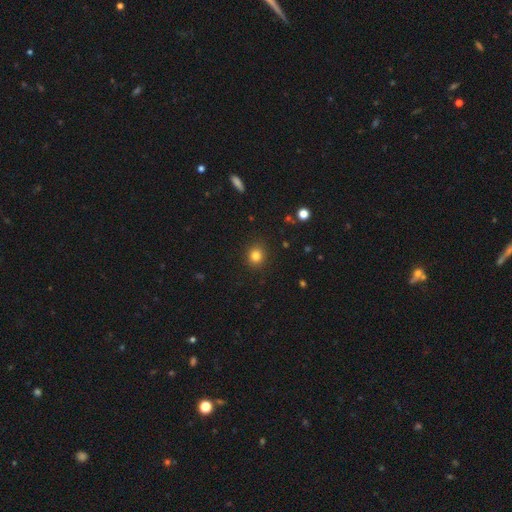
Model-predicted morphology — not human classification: Smooth or featured? Predicted: smooth (p=0.82). How rounded? Predicted: round (p=0.85). Merging? Predicted: none (p=0.90).